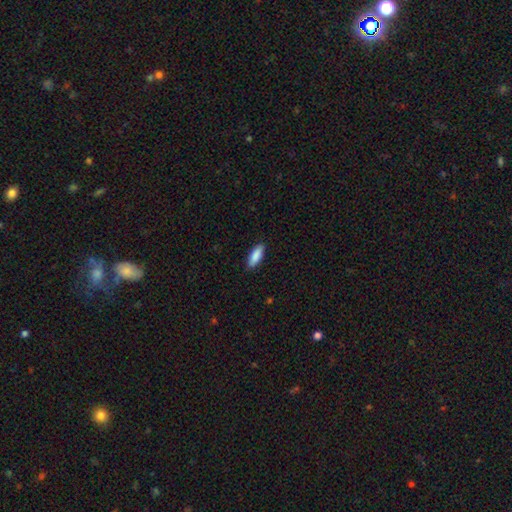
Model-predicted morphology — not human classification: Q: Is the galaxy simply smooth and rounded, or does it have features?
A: smooth — 88%.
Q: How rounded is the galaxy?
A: in between — 64%.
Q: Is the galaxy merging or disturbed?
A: none — 89%.